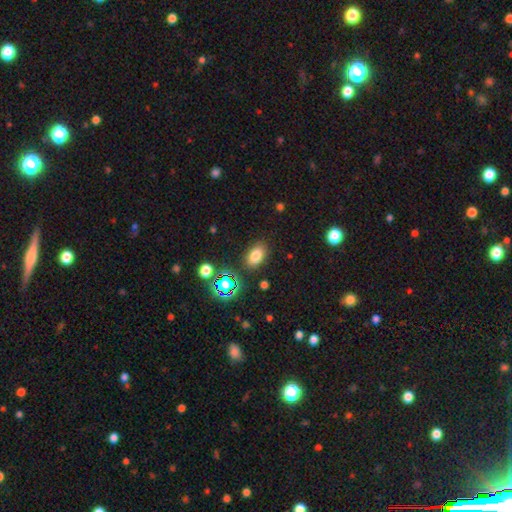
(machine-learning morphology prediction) This is likely a smooth galaxy (75%). How rounded: clearly in between (83%). Merging: clearly none (83%).